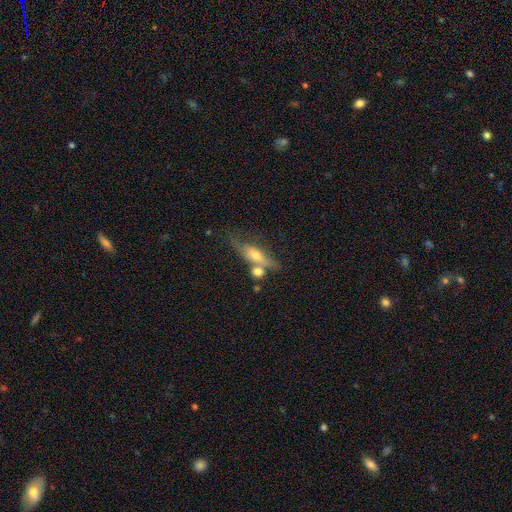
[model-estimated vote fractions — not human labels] Morphology: type=featured or disk (49%); merging=none (43%).